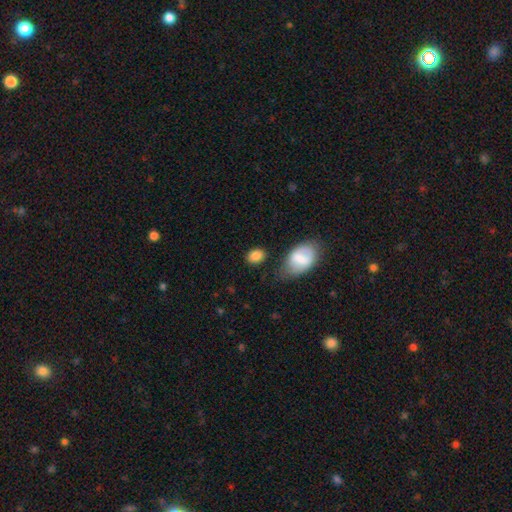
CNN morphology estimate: The model was most divided on "how rounded": in between: 72%, round: 26%, cigar-shaped: 2%. More confident: smooth or featured — smooth (84%); merging — none (72%).